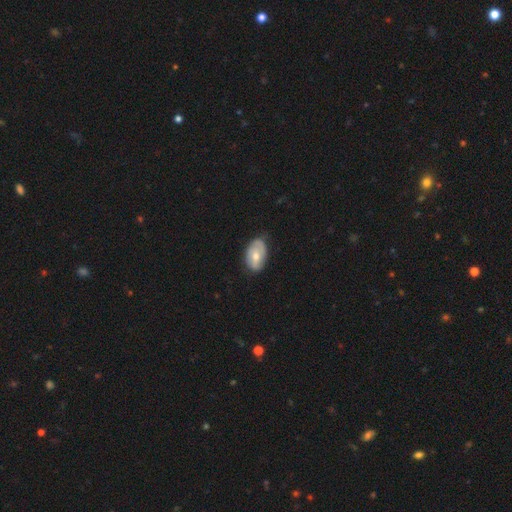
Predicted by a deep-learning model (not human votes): smooth 54%, featured or disk 40%, star or artifact 6%. Down the decision tree: how rounded — in between (90%); merging — none (65%).